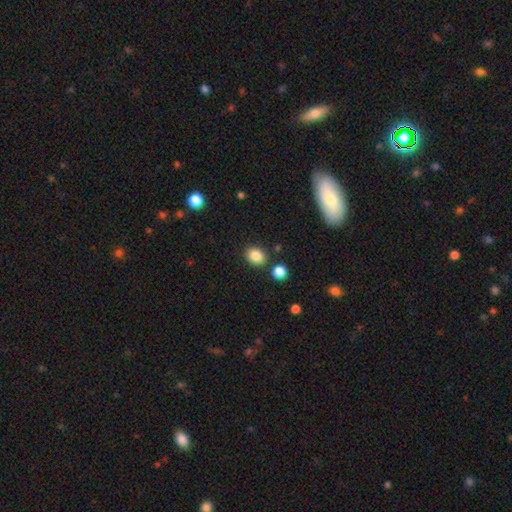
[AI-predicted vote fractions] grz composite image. It shows a smooth galaxy with no disk features (85%) that is round (54%). Merging: none (82%).